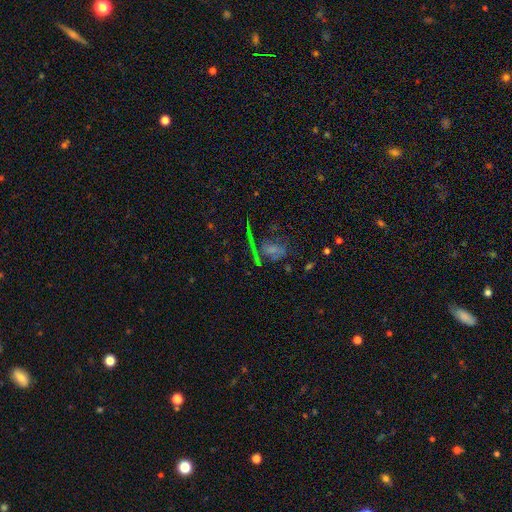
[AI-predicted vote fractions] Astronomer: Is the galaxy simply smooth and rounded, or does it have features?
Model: featured or disk — 40% (runner-up: star or artifact, 39%).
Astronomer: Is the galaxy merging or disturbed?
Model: none — 42% (runner-up: major disturbance, 30%).